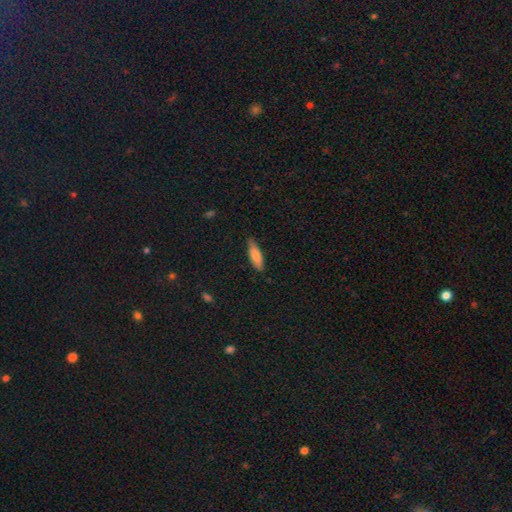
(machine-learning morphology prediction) The model was most divided on "how rounded": cigar-shaped: 58%, in between: 41%, round: 2%. More confident: smooth or featured — smooth (80%); merging — none (79%).